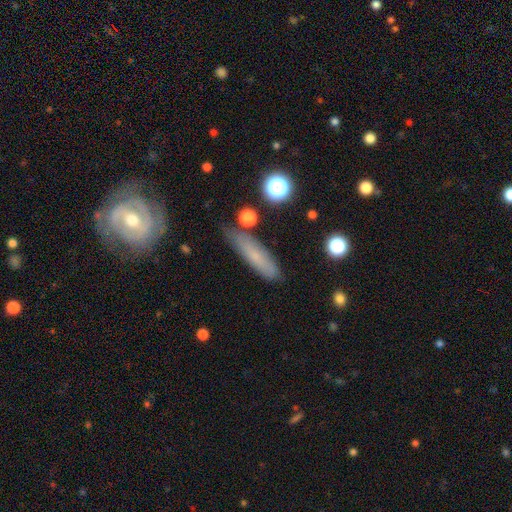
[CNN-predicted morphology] Smooth or featured?
  - smooth: 62% *
  - featured or disk: 29%
  - star or artifact: 10%
How rounded?
  - cigar-shaped: 71% *
  - in between: 26%
  - round: 4%
Merging?
  - none: 74% *
  - minor disturbance: 18%
  - major disturbance: 4%
  - merger: 4%